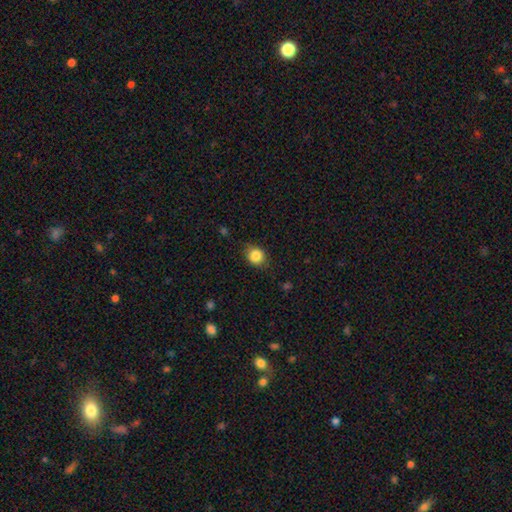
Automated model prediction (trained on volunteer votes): Smooth or featured?
  - smooth: 85% *
  - star or artifact: 10%
  - featured or disk: 5%
How rounded?
  - round: 67% *
  - in between: 32%
  - cigar-shaped: 1%
Merging?
  - none: 80% *
  - minor disturbance: 16%
  - major disturbance: 3%
  - merger: 1%